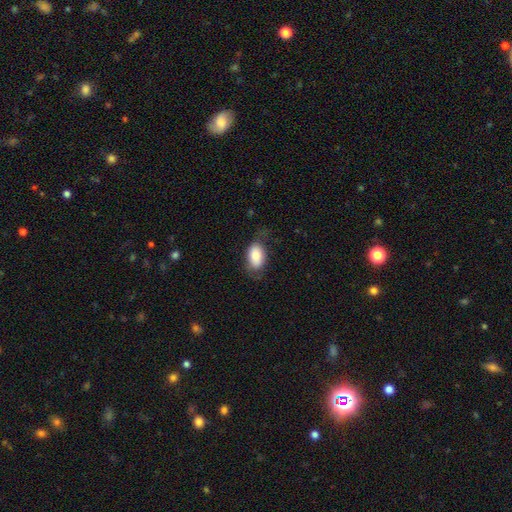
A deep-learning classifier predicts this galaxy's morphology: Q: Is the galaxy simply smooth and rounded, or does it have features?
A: smooth — 80%.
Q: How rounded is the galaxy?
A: in between — 90%.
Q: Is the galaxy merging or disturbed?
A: none — 63%.